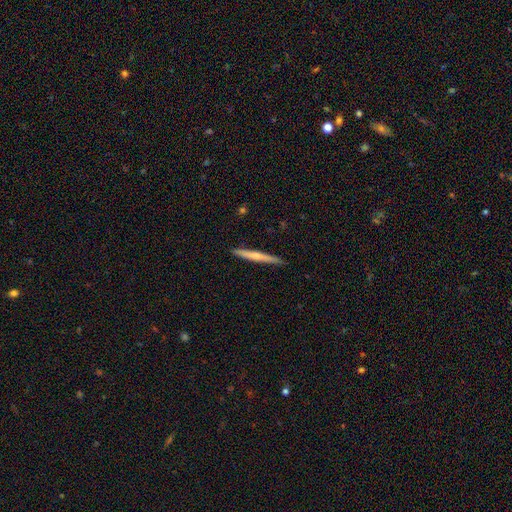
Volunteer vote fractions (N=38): A featured or disk galaxy (50%) viewed edge-on (95%) with a rounded central bulge (72%).

Vote fractions:
- Smooth or featured? featured or disk: 50% / smooth: 42% / star or artifact: 8%
- Edge-on disk? yes: 95% / no: 5%
- Edge-on bulge? rounded: 72% / none: 22% / boxy: 6%
- Merging? none: 91% / minor disturbance: 6% / major disturbance: 3% / merger: 0%